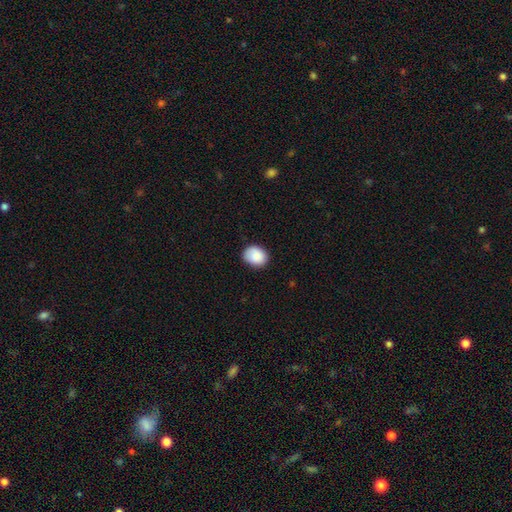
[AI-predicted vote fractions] Smooth or featured: smooth — 89% (star or artifact — 7%)
How rounded: round — 50% (in between — 49%)
Merging: none — 82% (minor disturbance — 15%)